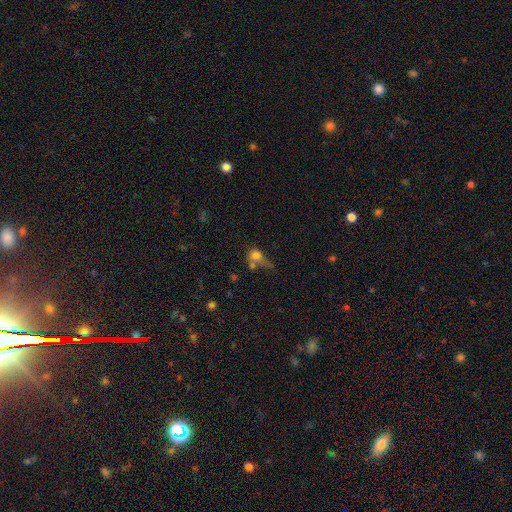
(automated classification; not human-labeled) Smooth or featured? Predicted: smooth (p=0.69). How rounded? Predicted: round (p=0.65). Merging? Predicted: merger (p=0.32).